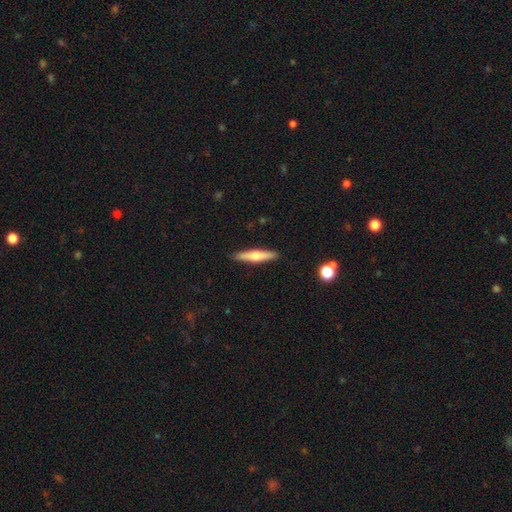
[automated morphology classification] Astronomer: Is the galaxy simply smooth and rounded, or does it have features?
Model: smooth — 49% (runner-up: featured or disk, 46%).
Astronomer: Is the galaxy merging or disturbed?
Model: none — 90%.